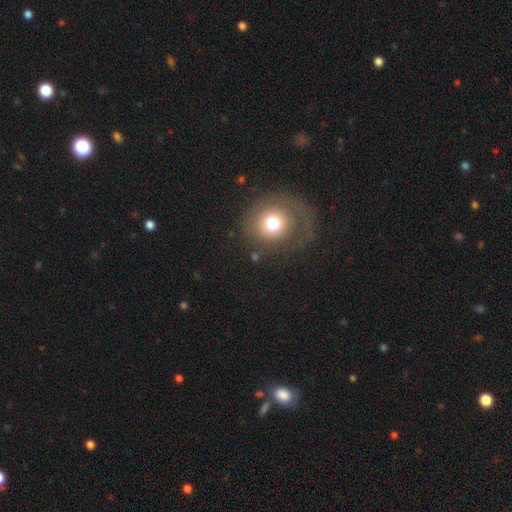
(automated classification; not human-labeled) A smooth galaxy with no disk features (56%) that is round (83%). Merging: none (61%).